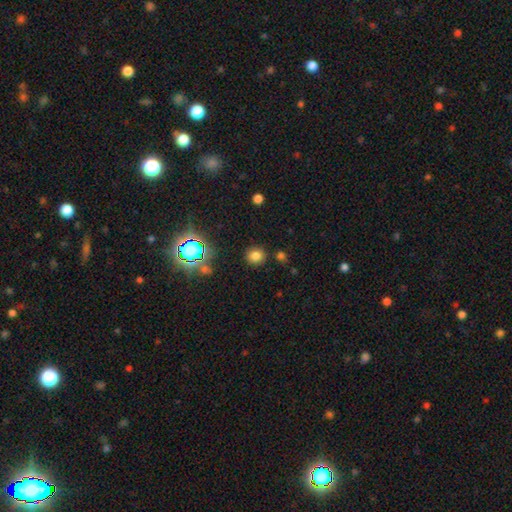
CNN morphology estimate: The model was most divided on "smooth or featured": smooth: 77%, star or artifact: 17%, featured or disk: 6%. More confident: merging — none (86%); how rounded — round (86%).